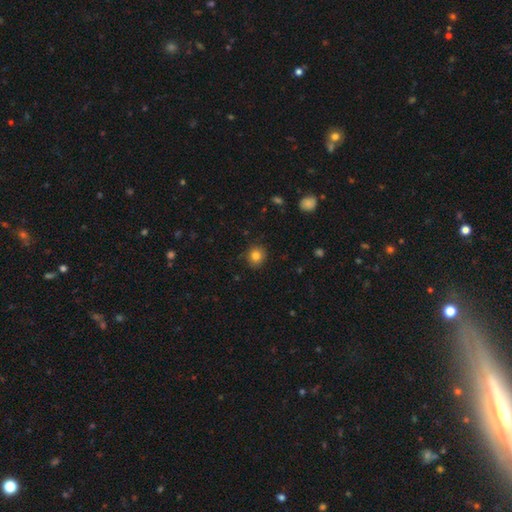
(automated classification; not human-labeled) A smooth galaxy with no disk features (82%) that is round (87%).

Vote fractions:
- Smooth or featured? smooth: 82% / star or artifact: 11% / featured or disk: 6%
- How rounded? round: 87% / in between: 12% / cigar-shaped: 1%
- Merging? none: 87% / minor disturbance: 9% / major disturbance: 2% / merger: 1%